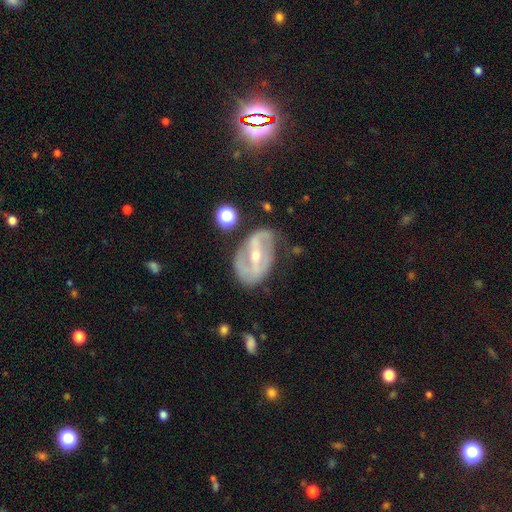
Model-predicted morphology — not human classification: featured or disk 83%, smooth 11%, star or artifact 6%. Down the decision tree: edge-on disk — no (94%); bar — strong (63%); spiral arms — yes (78%); spiral arm count — 2 (76%); spiral winding — medium (42%); bulge size — small (52%); merging — none (64%).